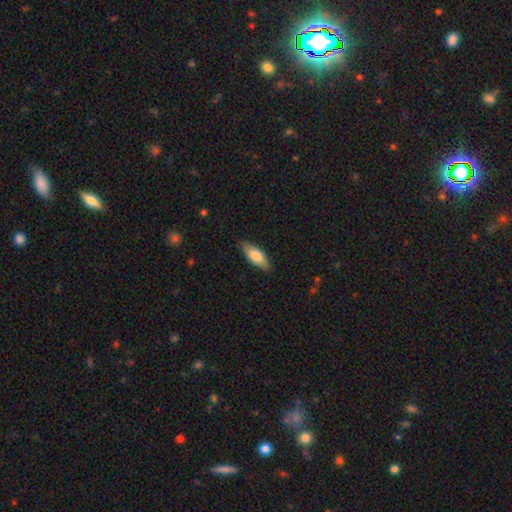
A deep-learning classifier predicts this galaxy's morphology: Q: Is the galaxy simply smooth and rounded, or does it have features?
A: smooth — 75%.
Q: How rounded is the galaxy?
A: in between — 71%.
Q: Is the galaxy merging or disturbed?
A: none — 85%.